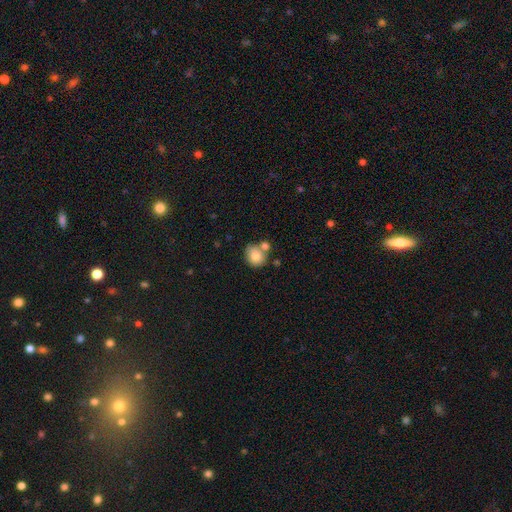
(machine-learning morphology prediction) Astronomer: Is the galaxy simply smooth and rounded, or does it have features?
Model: smooth — 82%.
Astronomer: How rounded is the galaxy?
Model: round — 72%.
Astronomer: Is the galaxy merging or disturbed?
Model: none — 50% (runner-up: merger, 31%).